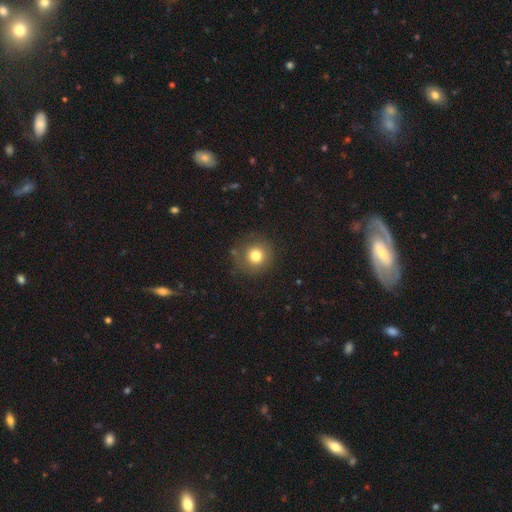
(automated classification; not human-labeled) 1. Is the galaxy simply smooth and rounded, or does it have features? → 78% smooth, 12% star or artifact, 10% featured or disk.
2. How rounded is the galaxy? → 93% round, 6% in between, 1% cigar-shaped.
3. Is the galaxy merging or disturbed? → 82% none, 11% minor disturbance, 5% major disturbance, 2% merger.